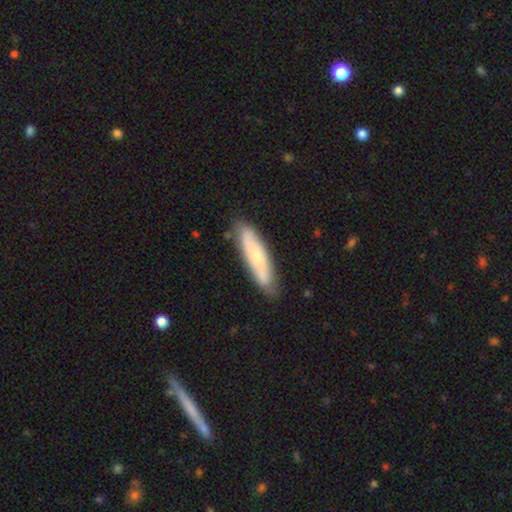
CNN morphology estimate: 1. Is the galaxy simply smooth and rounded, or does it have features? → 52% smooth, 43% featured or disk, 6% star or artifact.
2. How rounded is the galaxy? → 71% cigar-shaped, 27% in between, 2% round.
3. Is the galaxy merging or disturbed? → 80% none, 15% minor disturbance, 3% major disturbance, 2% merger.